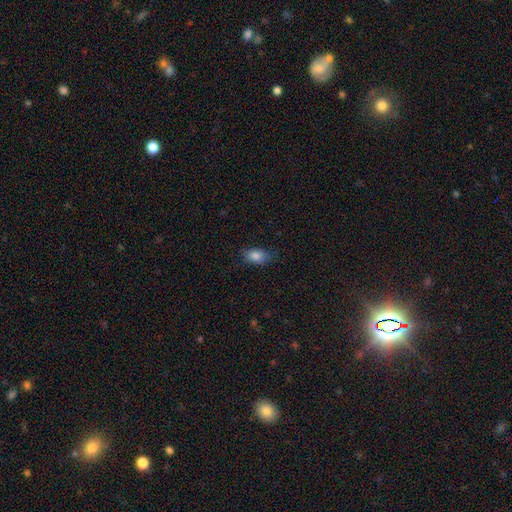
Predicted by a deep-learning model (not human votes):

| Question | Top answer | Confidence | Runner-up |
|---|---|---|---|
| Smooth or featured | smooth | 84% | star or artifact (9%) |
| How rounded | in between | 85% | round (12%) |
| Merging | none | 76% | minor disturbance (19%) |